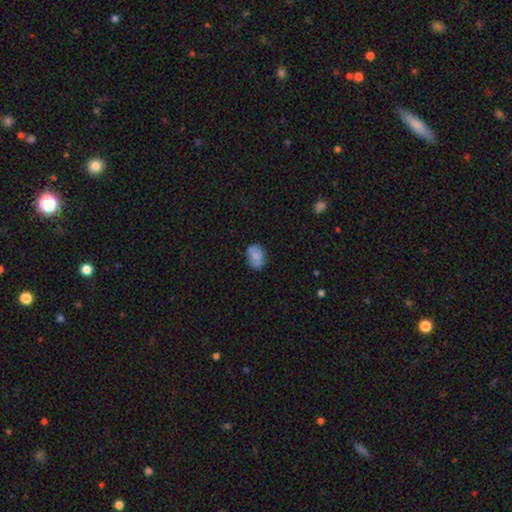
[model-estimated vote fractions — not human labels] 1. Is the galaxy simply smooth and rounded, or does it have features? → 76% smooth, 16% featured or disk, 9% star or artifact.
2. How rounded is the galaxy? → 71% in between, 28% round, 1% cigar-shaped.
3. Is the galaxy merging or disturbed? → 68% none, 23% minor disturbance, 6% major disturbance, 2% merger.